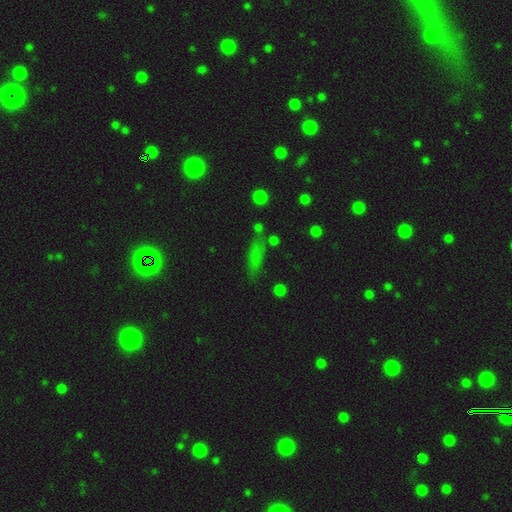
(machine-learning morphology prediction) Smooth or featured? smooth (61%)
How rounded? cigar-shaped (46%, tied with in between)
Merging? none (70%)